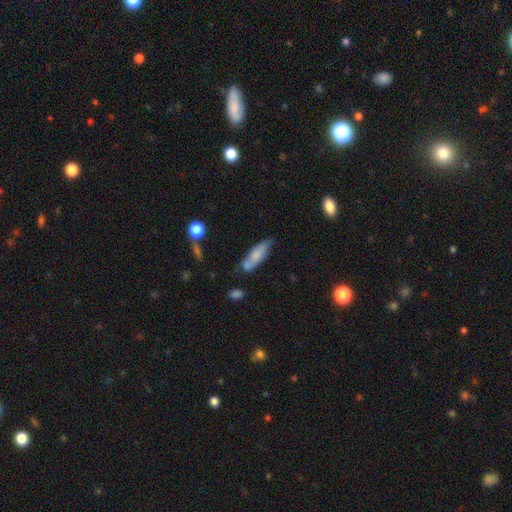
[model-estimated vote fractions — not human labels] smooth-or-featured: smooth: 67% | featured or disk: 26% | star or artifact: 7%
  how-rounded: cigar-shaped: 52% | in between: 45% | round: 2%
  merging: none: 58% | minor disturbance: 24% | merger: 12% | major disturbance: 6%